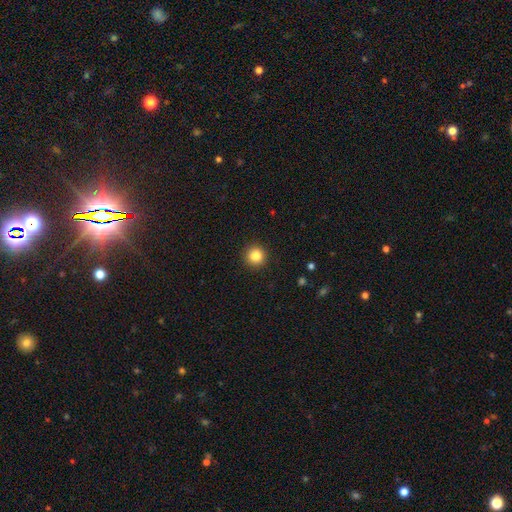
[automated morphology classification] Q: Smooth or featured?
A: smooth (85%); runner-up: star or artifact (11%)
Q: How rounded?
A: round (93%); runner-up: in between (6%)
Q: Merging?
A: none (91%); runner-up: minor disturbance (6%)